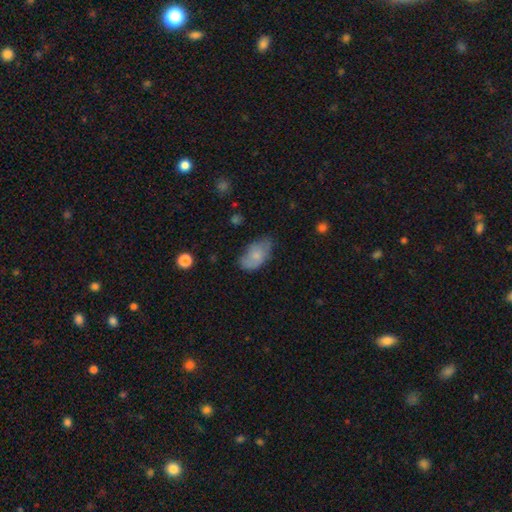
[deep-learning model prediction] Overall: smooth (70%). How rounded: in between (92%). Merging: none (57%; minor disturbance 32%).